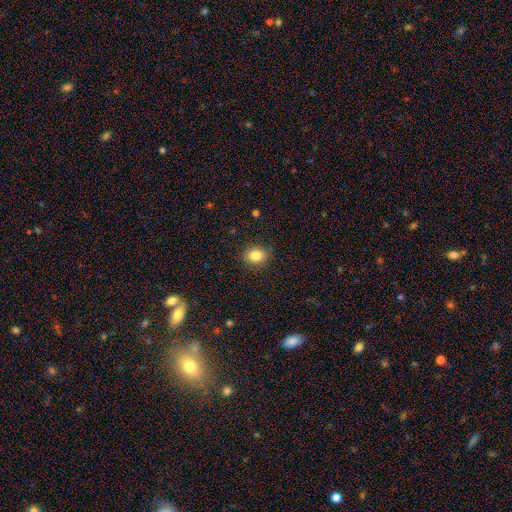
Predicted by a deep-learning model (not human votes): smooth 84%, star or artifact 10%, featured or disk 6%. Down the decision tree: how rounded — in between (55%); merging — none (88%).